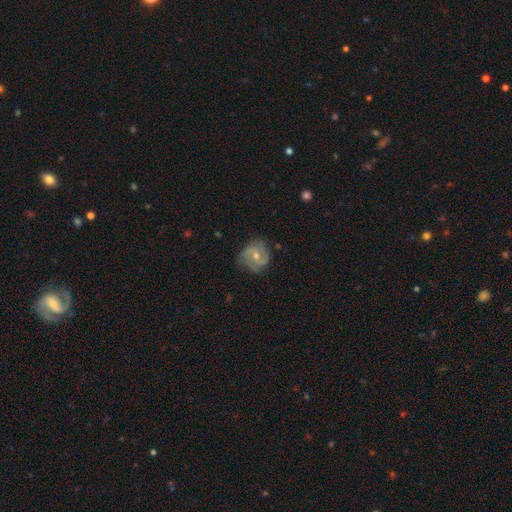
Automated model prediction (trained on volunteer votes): Smooth or featured?
  - featured or disk: 70% *
  - smooth: 24%
  - star or artifact: 7%
Edge-on disk?
  - no: 97% *
  - yes: 3%
Bar?
  - no: 50% *
  - weak: 40%
  - strong: 10%
Spiral arms?
  - yes: 90% *
  - no: 10%
Spiral winding?
  - medium: 46% *
  - tight: 32%
  - loose: 21%
Spiral arm count?
  - 2: 65% *
  - can't tell: 14%
  - 3: 13%
  - 1: 3%
  - 4: 3%
  - more than 4: 2%
Bulge size?
  - moderate: 54% *
  - small: 42%
  - large: 2%
  - none: 1%
  - dominant: 1%
Merging?
  - none: 68% *
  - minor disturbance: 23%
  - major disturbance: 7%
  - merger: 1%